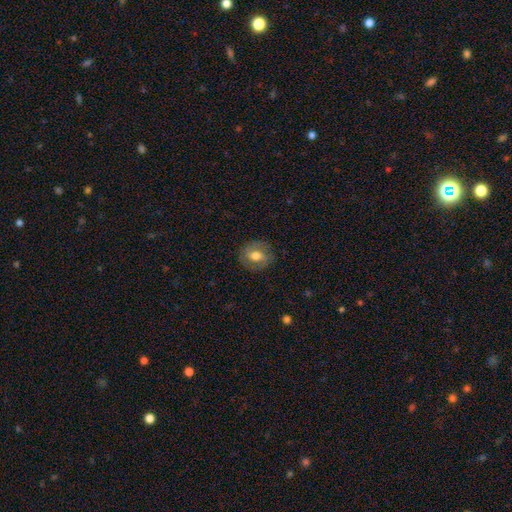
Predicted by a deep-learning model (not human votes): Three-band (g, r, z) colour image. It shows a smooth galaxy with no disk features (56%) that is round (69%). Merging: none (82%).